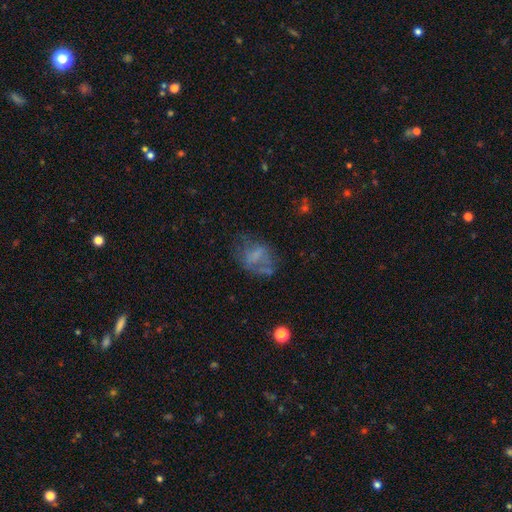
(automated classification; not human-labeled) smooth 44%, featured or disk 41%, star or artifact 16%. Down the decision tree: merging — none (40%).